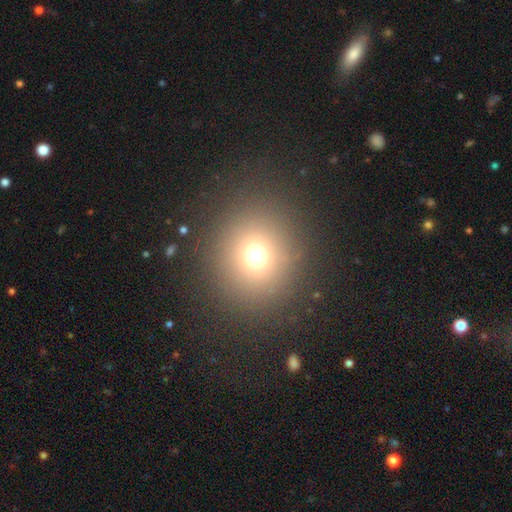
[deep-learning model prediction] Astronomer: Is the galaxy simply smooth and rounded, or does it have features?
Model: smooth — 68%.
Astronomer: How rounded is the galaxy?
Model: round — 89%.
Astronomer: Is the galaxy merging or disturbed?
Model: none — 88%.